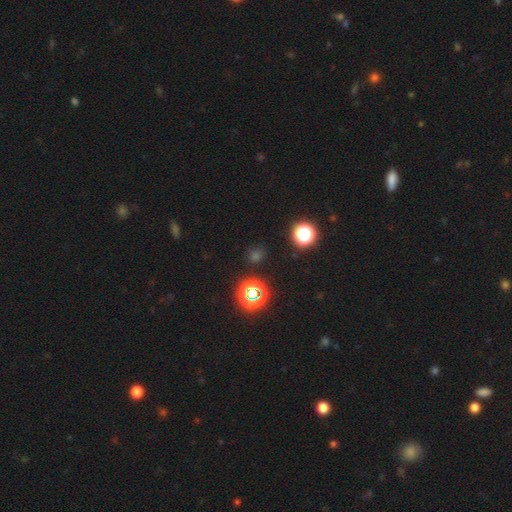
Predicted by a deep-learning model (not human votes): The model was most divided on "smooth or featured": star or artifact: 56%, smooth: 38%, featured or disk: 6%.